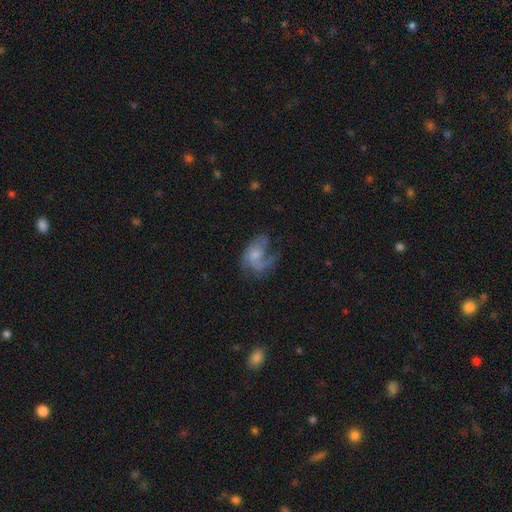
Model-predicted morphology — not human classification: Smooth or featured? featured or disk (67%)
Edge-on disk? no (97%)
Bar? no (70%)
Spiral arms? yes (84%)
Spiral winding? loose (46%)
Spiral arm count? 1 (45%)
Bulge size? small (40%)
Merging? major disturbance (41%)